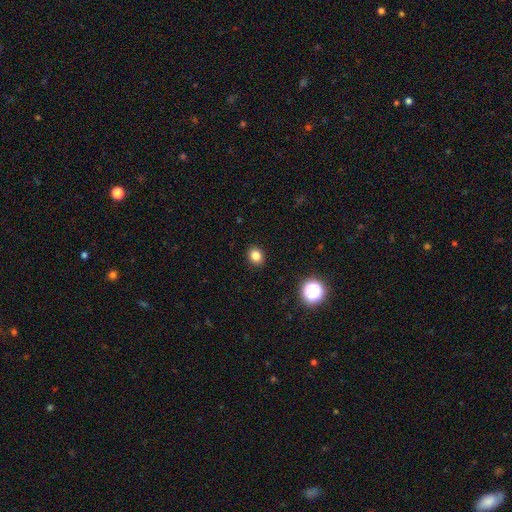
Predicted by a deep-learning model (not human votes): Smooth or featured? Predicted: smooth (p=0.82). How rounded? Predicted: round (p=0.61). Merging? Predicted: none (p=0.91).